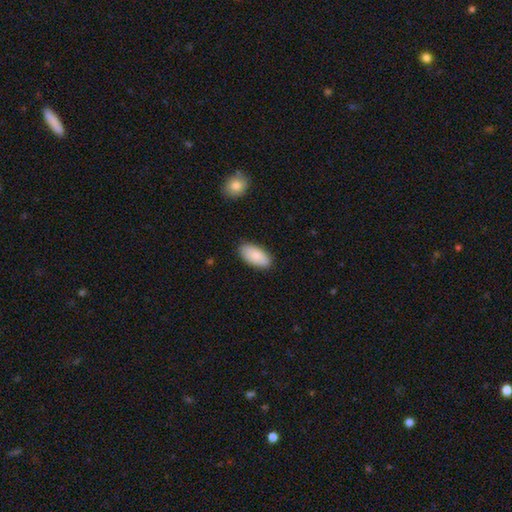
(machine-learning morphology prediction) smooth 86%, featured or disk 9%, star or artifact 6%. Down the decision tree: how rounded — in between (94%); merging — none (86%).